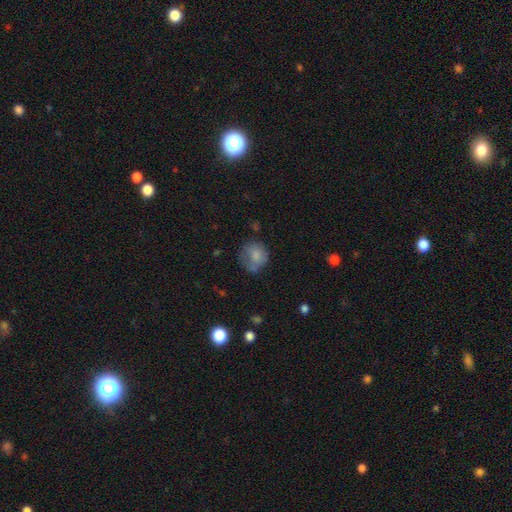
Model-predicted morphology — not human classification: Smooth or featured: smooth — 74% (featured or disk — 17%)
How rounded: round — 76% (in between — 23%)
Merging: none — 51% (minor disturbance — 29%)